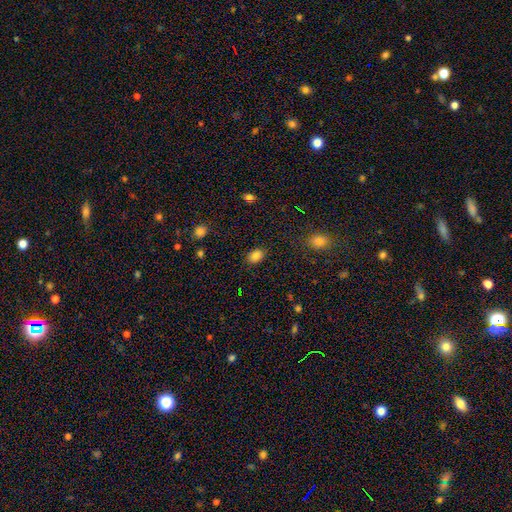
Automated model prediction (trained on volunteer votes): A smooth galaxy with no disk features (84%) that is in between round and cigar-shaped (81%). Merging: none (86%).